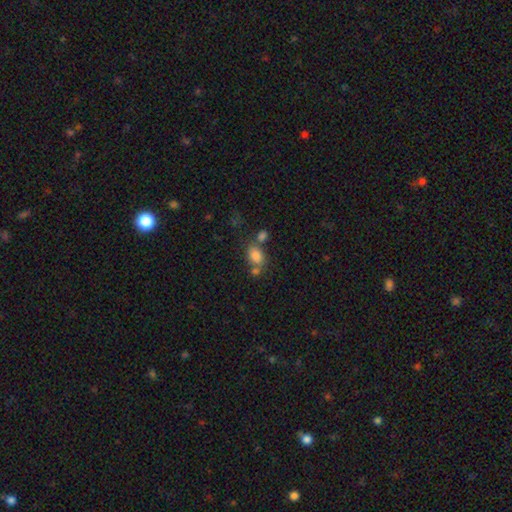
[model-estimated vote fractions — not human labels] Smooth or featured?
  - smooth: 80% *
  - star or artifact: 11%
  - featured or disk: 9%
How rounded?
  - in between: 74% *
  - round: 24%
  - cigar-shaped: 1%
Merging?
  - none: 49% *
  - merger: 30%
  - minor disturbance: 14%
  - major disturbance: 7%